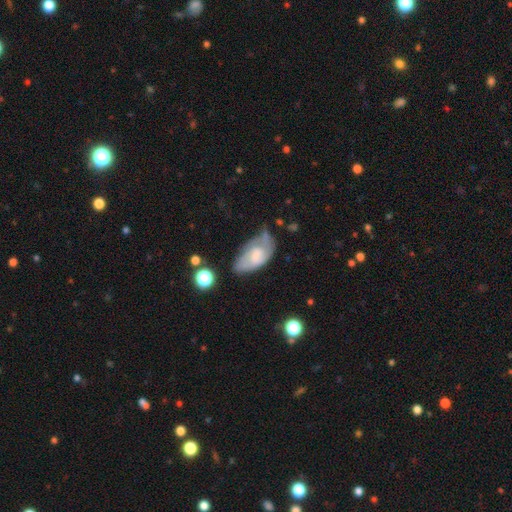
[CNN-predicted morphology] Smooth or featured: smooth — 47% (featured or disk — 45%)
Merging: minor disturbance — 37% (none — 33%)